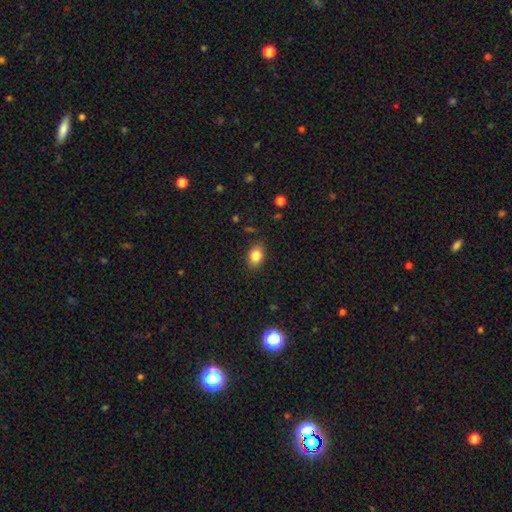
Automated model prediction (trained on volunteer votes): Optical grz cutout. It shows a smooth galaxy with no disk features (83%) that is in between round and cigar-shaped (78%). Merging: none (85%).